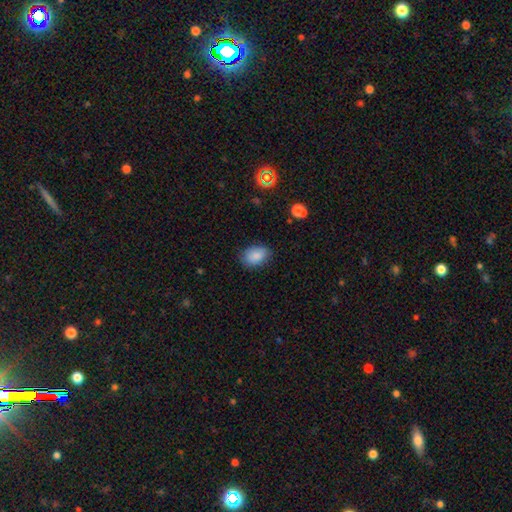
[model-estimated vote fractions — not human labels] A smooth galaxy with no disk features (86%) that is in between round and cigar-shaped (83%). Merging: none (80%).